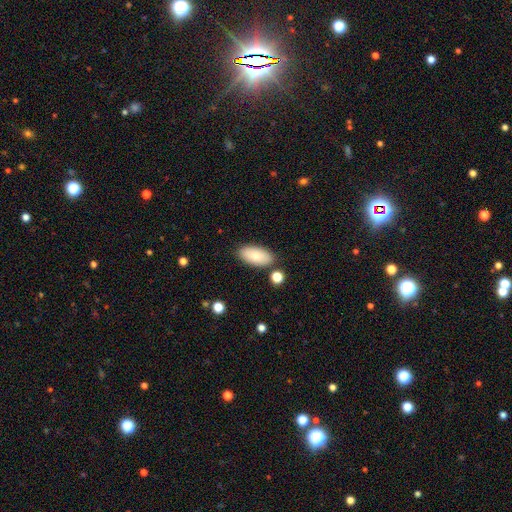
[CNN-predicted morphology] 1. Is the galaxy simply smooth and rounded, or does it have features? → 83% smooth, 10% featured or disk, 7% star or artifact.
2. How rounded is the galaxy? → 93% in between, 5% cigar-shaped, 2% round.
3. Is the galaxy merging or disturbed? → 84% none, 10% minor disturbance, 4% merger, 2% major disturbance.